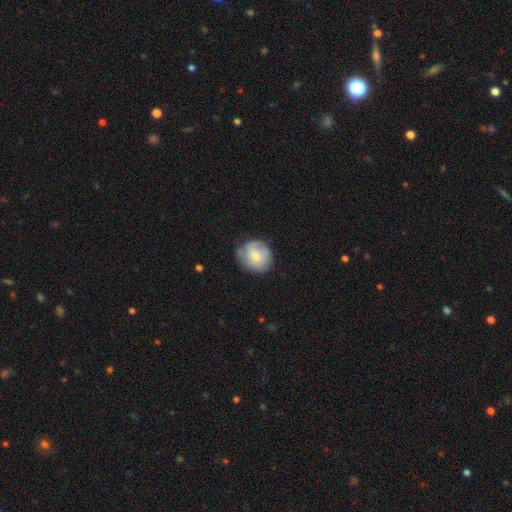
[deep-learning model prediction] Morphology: type=smooth (62%); roundness=round (78%); merging=none (64%).